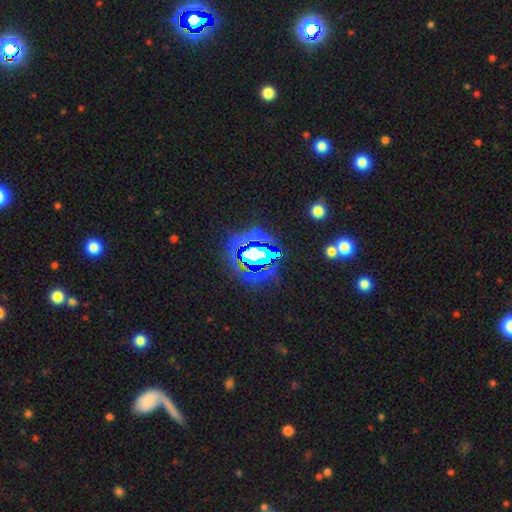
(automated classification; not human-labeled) Morphology: type=star or artifact (72%).